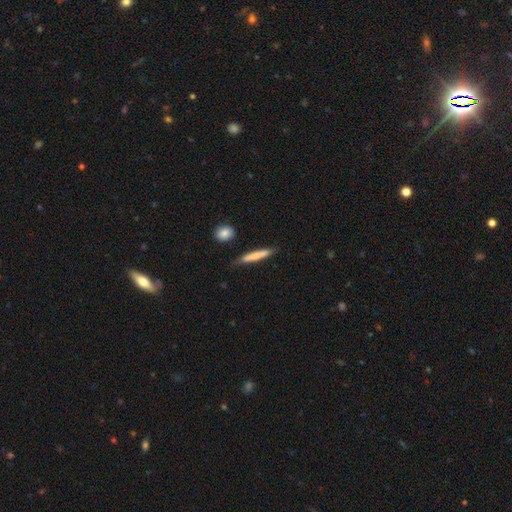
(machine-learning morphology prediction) smooth 70%, featured or disk 24%, star or artifact 5%. Down the decision tree: how rounded — cigar-shaped (93%); merging — none (78%).